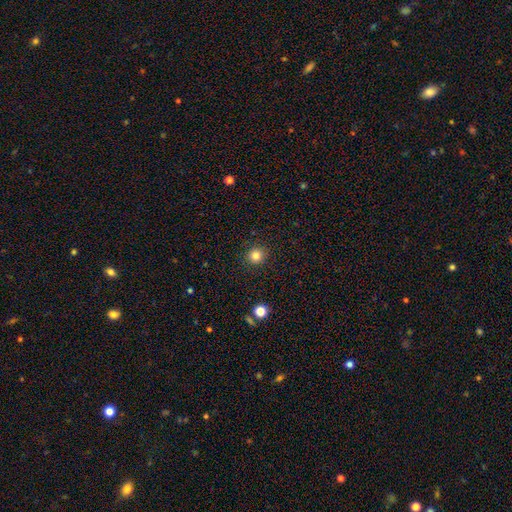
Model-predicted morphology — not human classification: Smooth or featured? Predicted: smooth (p=0.82). How rounded? Predicted: round (p=0.90). Merging? Predicted: none (p=0.91).